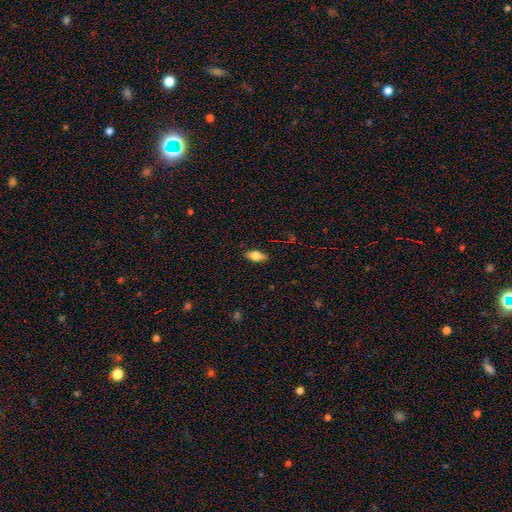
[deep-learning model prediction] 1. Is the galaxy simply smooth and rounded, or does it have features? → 68% smooth, 25% featured or disk, 7% star or artifact.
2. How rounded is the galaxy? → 79% in between, 18% cigar-shaped, 3% round.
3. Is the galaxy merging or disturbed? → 87% none, 10% minor disturbance, 2% major disturbance, 1% merger.